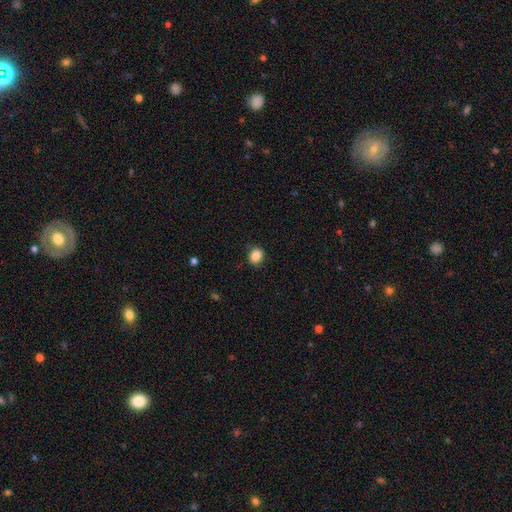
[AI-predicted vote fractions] smooth-or-featured: smooth: 86% | star or artifact: 10% | featured or disk: 4%
  how-rounded: round: 69% | in between: 30% | cigar-shaped: 1%
  merging: none: 84% | minor disturbance: 12% | major disturbance: 3% | merger: 1%